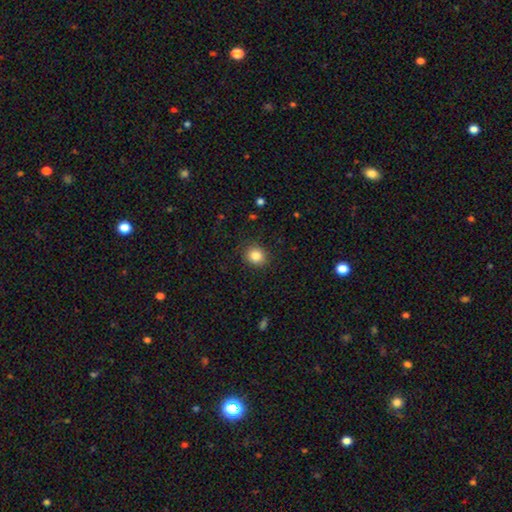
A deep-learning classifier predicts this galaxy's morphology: A smooth galaxy with no disk features (85%) that is round (79%). Merging: none (89%).